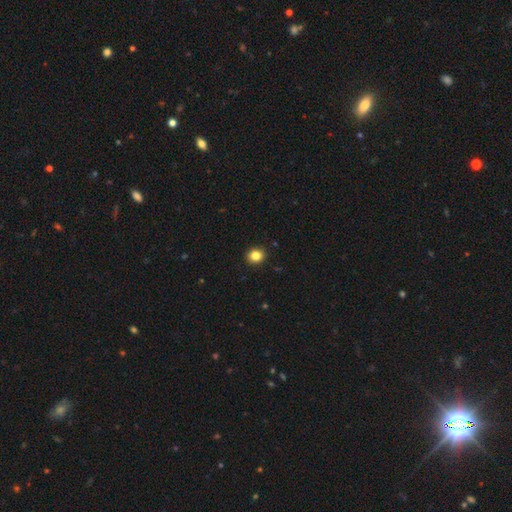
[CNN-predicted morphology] smooth 83%, star or artifact 12%, featured or disk 5%. Down the decision tree: how rounded — round (83%); merging — none (92%).